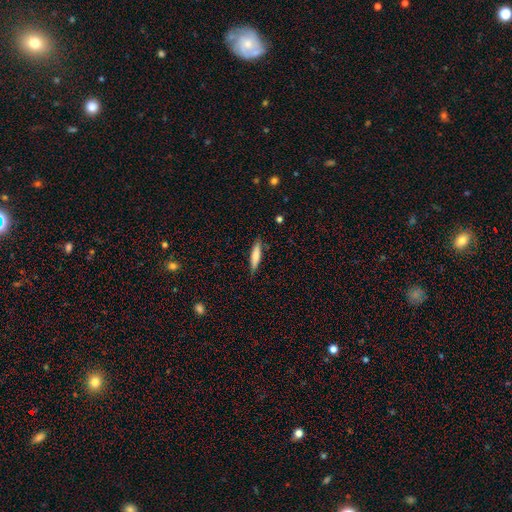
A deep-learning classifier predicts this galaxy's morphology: Smooth or featured: smooth — 74% (featured or disk — 20%)
How rounded: cigar-shaped — 80% (in between — 19%)
Merging: none — 84% (minor disturbance — 13%)